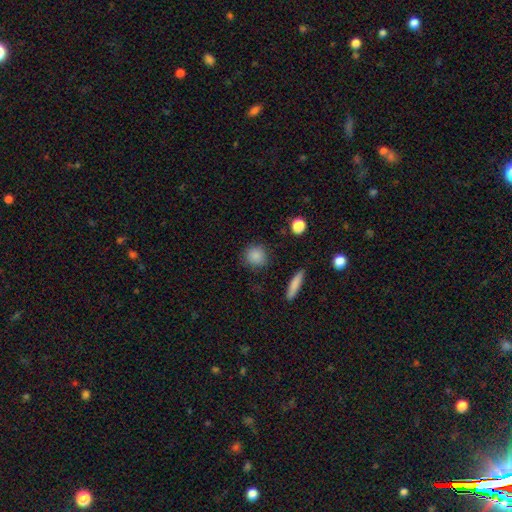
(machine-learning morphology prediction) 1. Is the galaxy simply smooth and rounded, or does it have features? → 86% smooth, 9% star or artifact, 5% featured or disk.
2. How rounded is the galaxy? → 87% round, 11% in between, 2% cigar-shaped.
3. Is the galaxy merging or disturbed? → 87% none, 9% minor disturbance, 3% major disturbance, 2% merger.